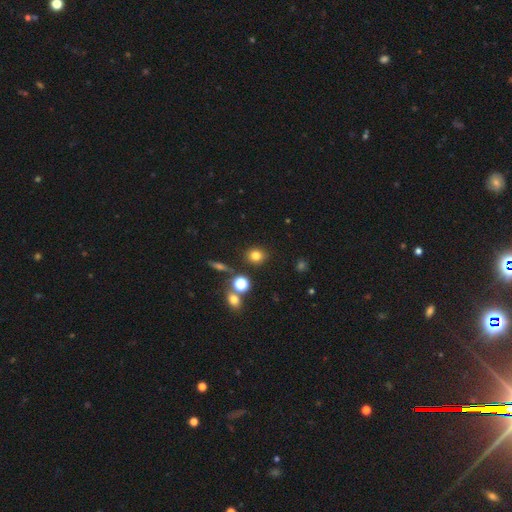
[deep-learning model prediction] The model was most divided on "how rounded": round: 77%, in between: 22%, cigar-shaped: 1%. More confident: merging — none (84%); smooth or featured — smooth (77%).